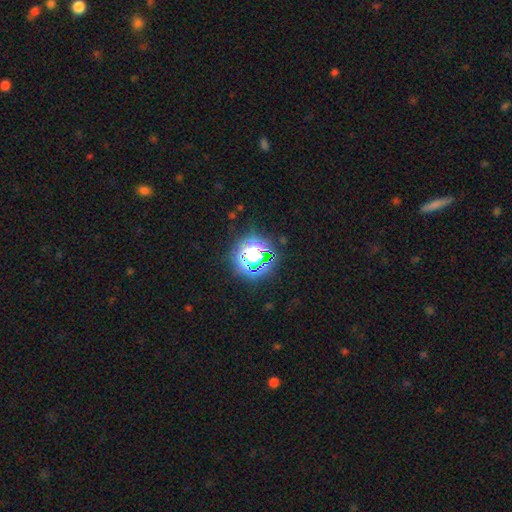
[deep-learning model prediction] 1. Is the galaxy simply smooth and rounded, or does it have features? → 58% star or artifact, 29% smooth, 12% featured or disk.